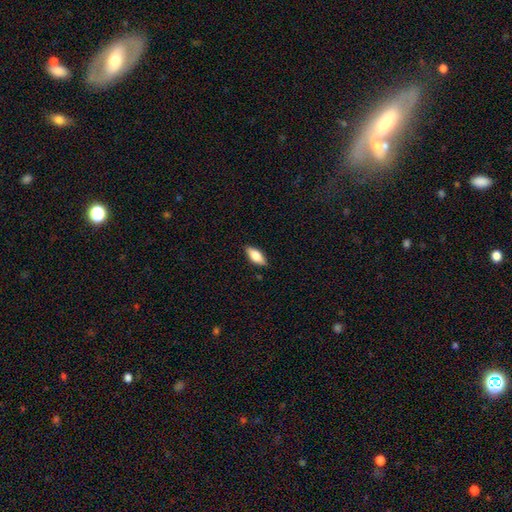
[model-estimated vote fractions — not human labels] This appears to be a smooth galaxy with no disk features (74%) that is in between round and cigar-shaped (80%). Merging: none (86%).